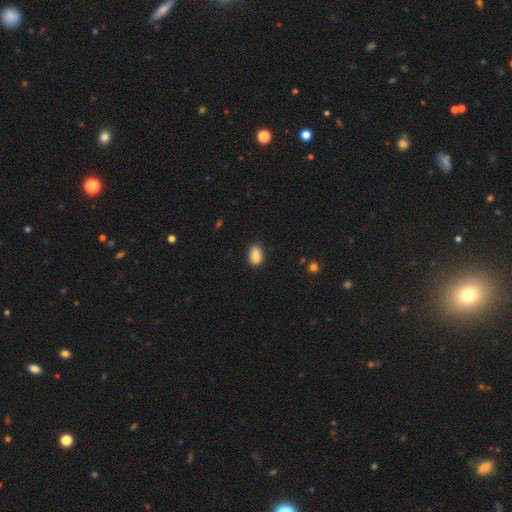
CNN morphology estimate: smooth 84%, star or artifact 9%, featured or disk 7%. Down the decision tree: how rounded — in between (82%); merging — none (69%).